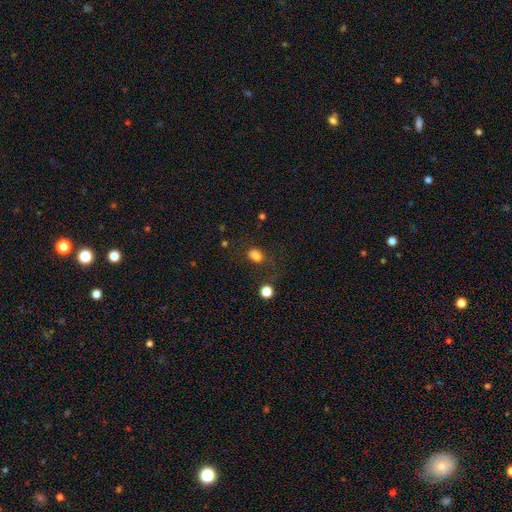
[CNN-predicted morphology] A smooth galaxy with no disk features (82%) that is in between round and cigar-shaped (71%).

Vote fractions:
- Smooth or featured? smooth: 82% / star or artifact: 13% / featured or disk: 6%
- How rounded? in between: 71% / round: 28% / cigar-shaped: 1%
- Merging? none: 70% / minor disturbance: 16% / major disturbance: 10% / merger: 4%